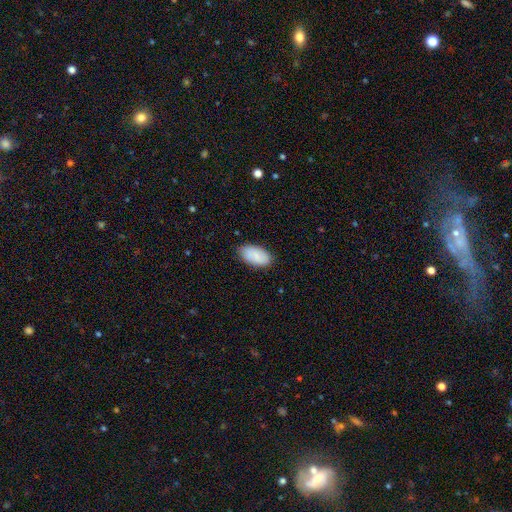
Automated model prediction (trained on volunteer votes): smooth_or_featured: smooth (p=0.86) [alt: featured or disk p=0.08]
how_rounded: in between (p=0.95) [alt: round p=0.03]
merging: none (p=0.82) [alt: minor disturbance p=0.14]